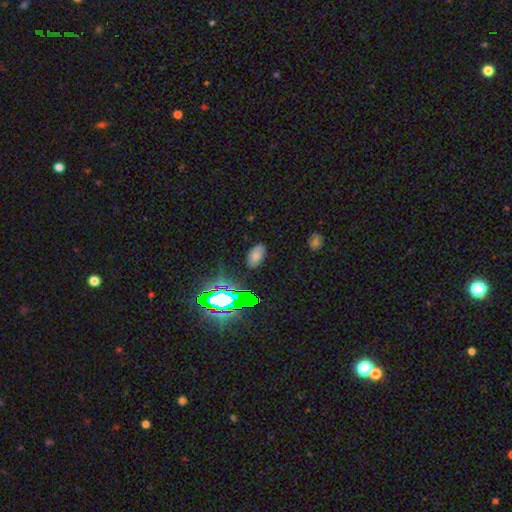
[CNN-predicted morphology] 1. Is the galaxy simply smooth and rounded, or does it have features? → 64% smooth, 21% star or artifact, 15% featured or disk.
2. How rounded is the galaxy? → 92% in between, 6% round, 2% cigar-shaped.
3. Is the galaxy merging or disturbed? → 74% none, 18% minor disturbance, 5% major disturbance, 2% merger.